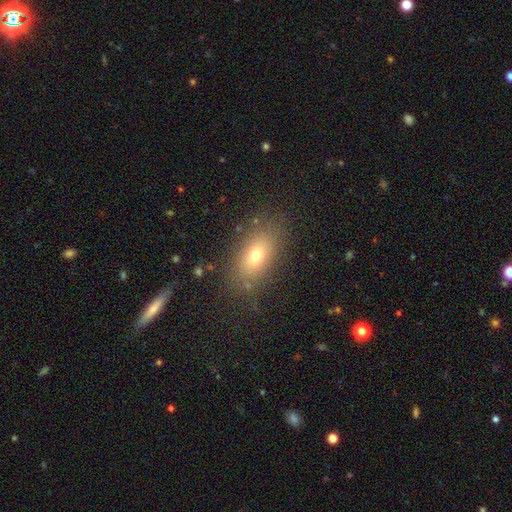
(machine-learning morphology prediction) Smooth or featured? smooth (72%)
How rounded? in between (84%)
Merging? none (82%)